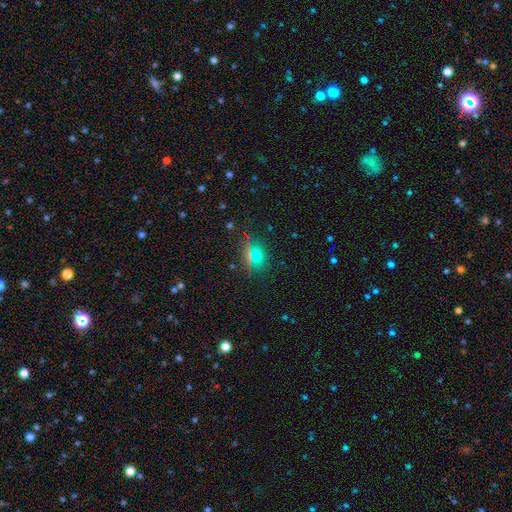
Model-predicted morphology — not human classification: Smooth or featured?
  - smooth: 63% *
  - star or artifact: 29%
  - featured or disk: 8%
How rounded?
  - in between: 50% *
  - round: 43%
  - cigar-shaped: 6%
Merging?
  - none: 82% *
  - minor disturbance: 11%
  - major disturbance: 4%
  - merger: 3%